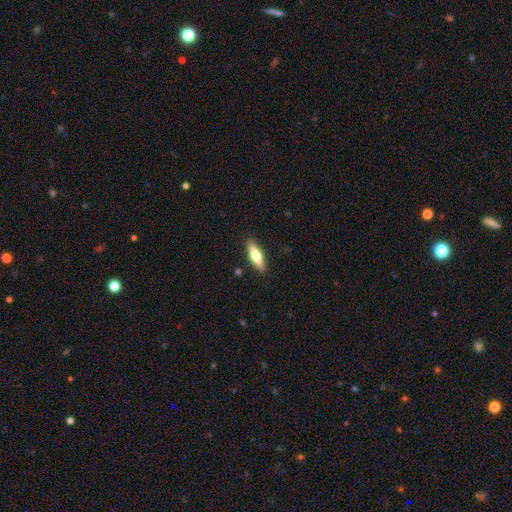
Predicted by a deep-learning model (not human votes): This is possibly a smooth galaxy (51%). How rounded: possibly cigar-shaped (53%). Merging: clearly none (89%).